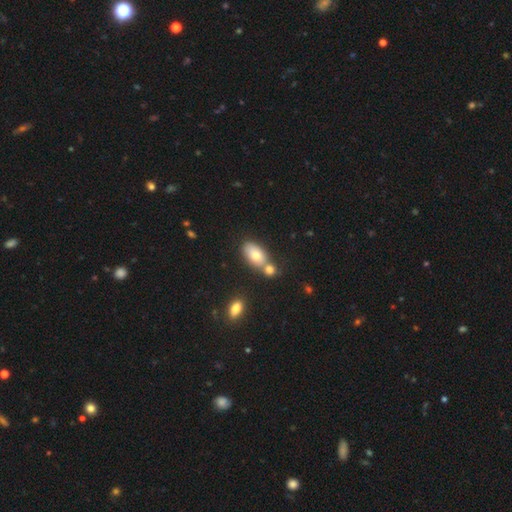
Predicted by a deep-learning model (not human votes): Overall: smooth (74%). How rounded: in between (89%). Merging: none (47%; merger 37%).